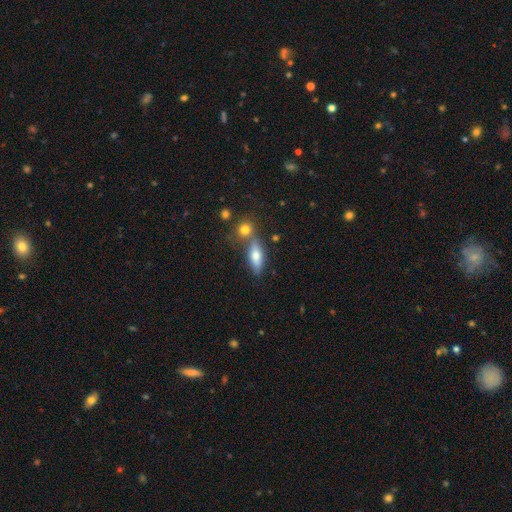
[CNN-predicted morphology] smooth-or-featured: smooth: 66% | featured or disk: 26% | star or artifact: 8%
  how-rounded: in between: 62% | cigar-shaped: 34% | round: 4%
  merging: none: 57% | merger: 26% | minor disturbance: 13% | major disturbance: 5%